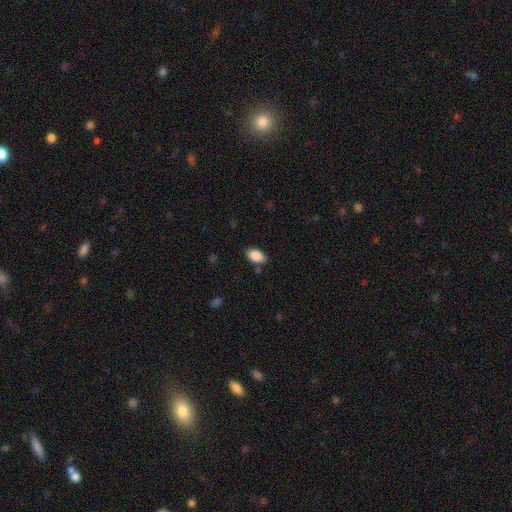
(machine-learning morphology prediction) Overall: smooth (87%). How rounded: in between (92%). Merging: none (82%).